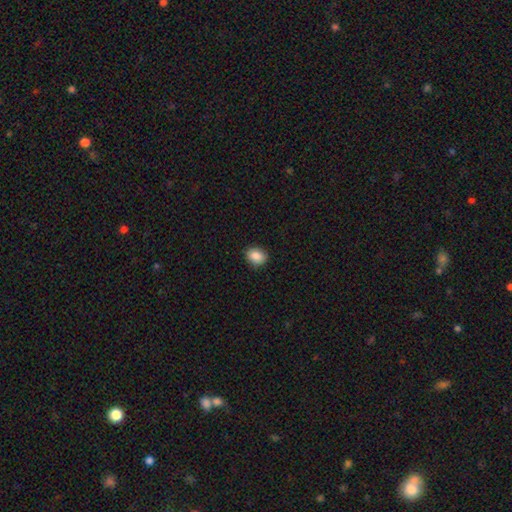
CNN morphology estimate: Smooth or featured: smooth — 88% (star or artifact — 8%)
How rounded: in between — 57% (round — 42%)
Merging: none — 89% (minor disturbance — 8%)